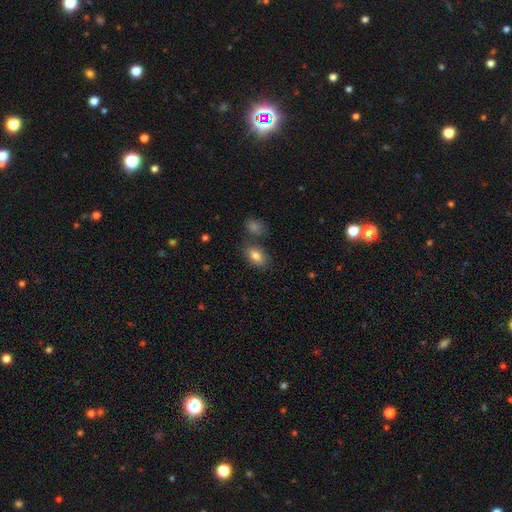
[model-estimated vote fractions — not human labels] This appears to be a smooth galaxy with no disk features (82%) that is in between round and cigar-shaped (89%). Merging: none (66%).